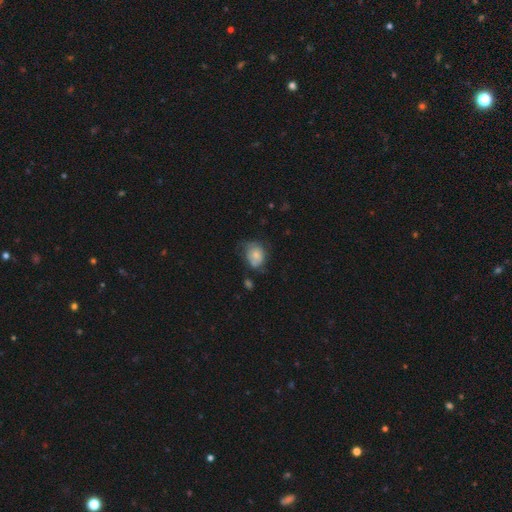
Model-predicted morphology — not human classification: Overall: smooth (71%). How rounded: in between (51%; round 48%). Merging: none (43%; minor disturbance 35%).